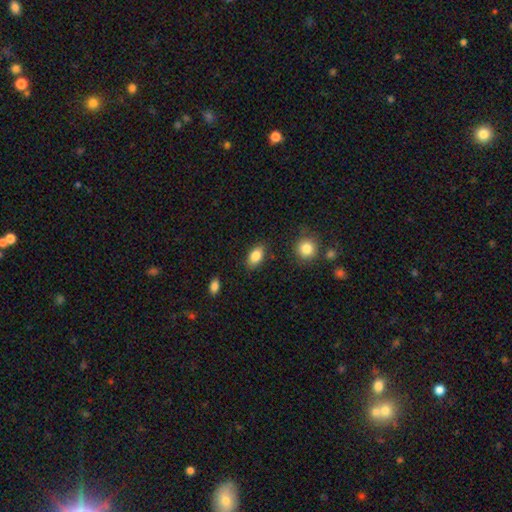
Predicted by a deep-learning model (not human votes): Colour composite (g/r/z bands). It shows a smooth galaxy with no disk features (85%) that is in between round and cigar-shaped (89%). Merging: none (85%).